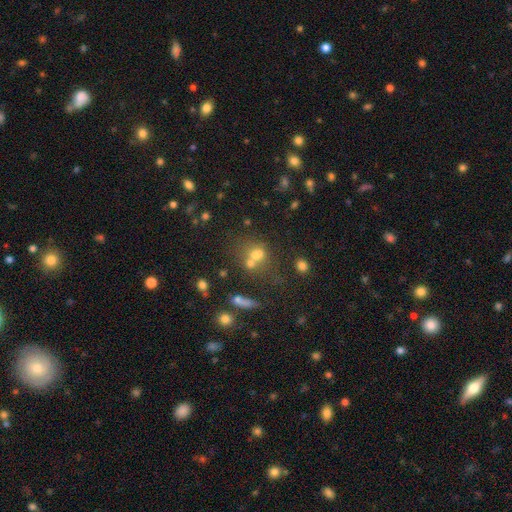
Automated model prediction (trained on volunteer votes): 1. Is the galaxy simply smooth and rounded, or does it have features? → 59% smooth, 20% star or artifact, 20% featured or disk.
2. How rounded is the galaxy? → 54% round, 43% in between, 3% cigar-shaped.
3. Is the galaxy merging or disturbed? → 47% merger, 34% none, 11% minor disturbance, 8% major disturbance.